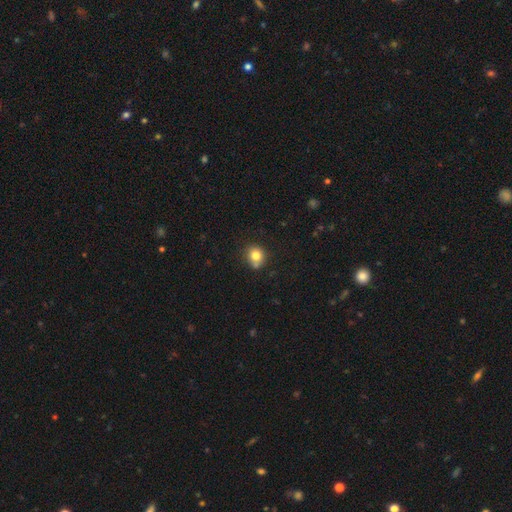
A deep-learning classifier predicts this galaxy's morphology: The model was most divided on "merging": none: 67%, minor disturbance: 20%, merger: 9%, major disturbance: 4%. More confident: smooth or featured — smooth (80%); how rounded — round (79%).